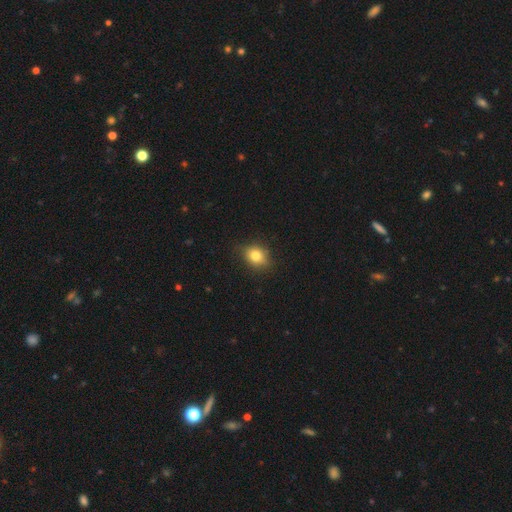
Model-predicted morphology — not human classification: Q: Smooth or featured?
A: smooth (81%); runner-up: star or artifact (11%)
Q: How rounded?
A: in between (50%); runner-up: round (49%)
Q: Merging?
A: none (80%); runner-up: minor disturbance (16%)